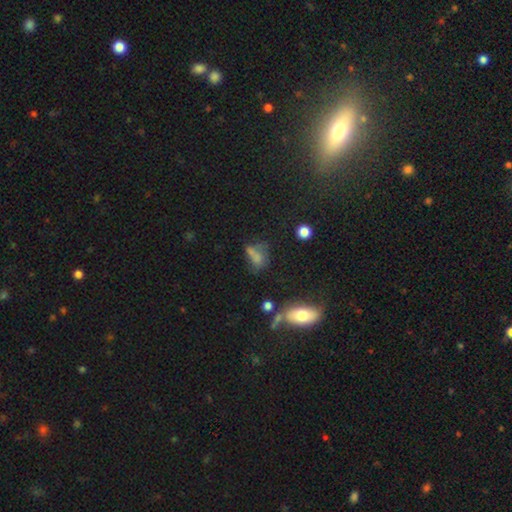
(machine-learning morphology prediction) This is possibly a smooth galaxy (59%). How rounded: likely in between (66%). Merging: marginally none (33%).